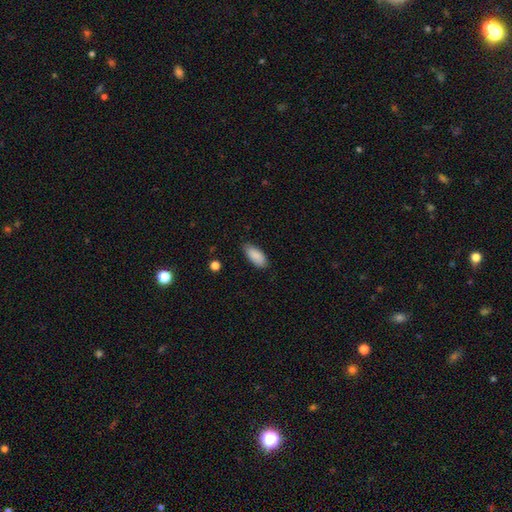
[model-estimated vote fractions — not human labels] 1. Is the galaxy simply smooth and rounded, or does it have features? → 89% smooth, 6% star or artifact, 5% featured or disk.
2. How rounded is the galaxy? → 88% in between, 11% cigar-shaped, 2% round.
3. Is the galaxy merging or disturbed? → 82% none, 14% minor disturbance, 2% major disturbance, 1% merger.